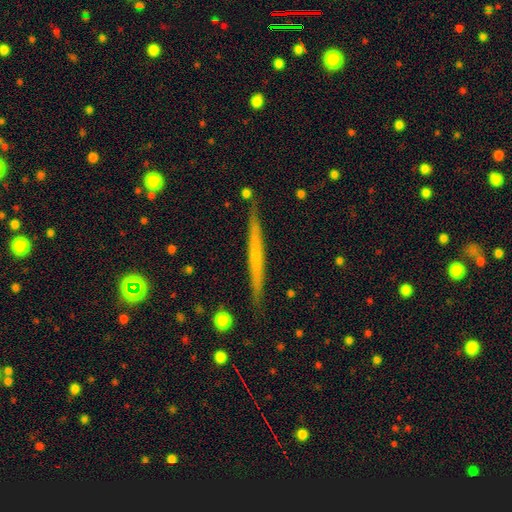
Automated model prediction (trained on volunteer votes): Q: Smooth or featured?
A: featured or disk (52%); runner-up: smooth (42%)
Q: Edge-on disk?
A: yes (97%); runner-up: no (3%)
Q: Merging?
A: none (88%); runner-up: minor disturbance (9%)